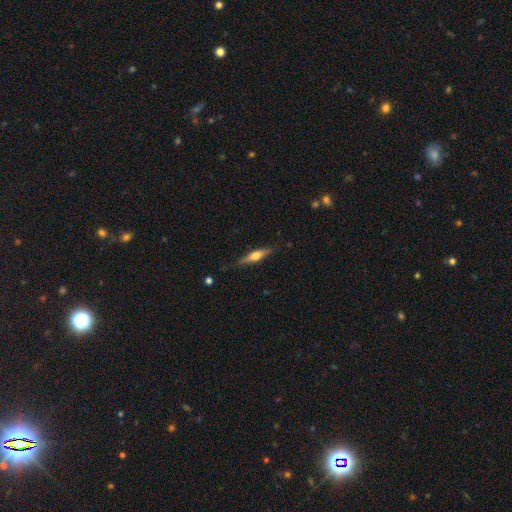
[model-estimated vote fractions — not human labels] A featured or disk galaxy (58%) viewed edge-on (96%) with a rounded central bulge (89%).

Vote fractions:
- Smooth or featured? featured or disk: 58% / smooth: 36% / star or artifact: 6%
- Edge-on disk? yes: 96% / no: 4%
- Edge-on bulge? rounded: 89% / boxy: 7% / none: 4%
- Merging? none: 83% / minor disturbance: 13% / major disturbance: 3% / merger: 1%